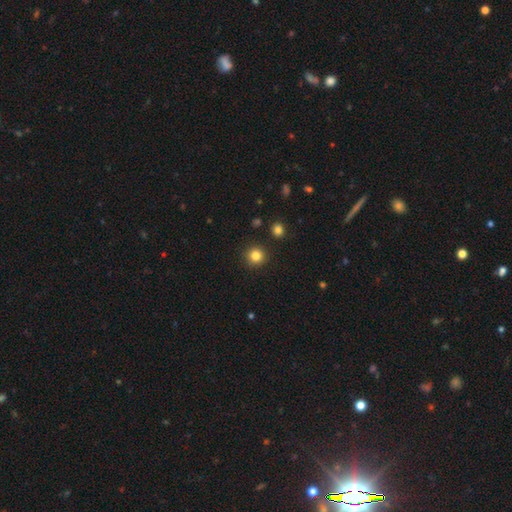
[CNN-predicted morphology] A smooth galaxy with no disk features (83%) that is round (94%). Merging: none (91%).